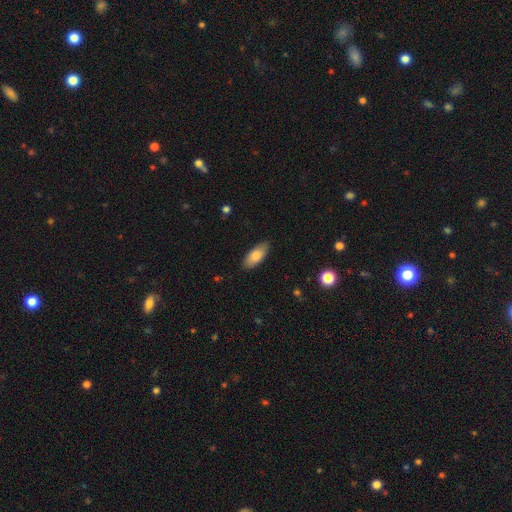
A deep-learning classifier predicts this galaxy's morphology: The model was most divided on "how rounded": in between: 84%, cigar-shaped: 14%, round: 2%. More confident: merging — none (85%); smooth or featured — smooth (82%).